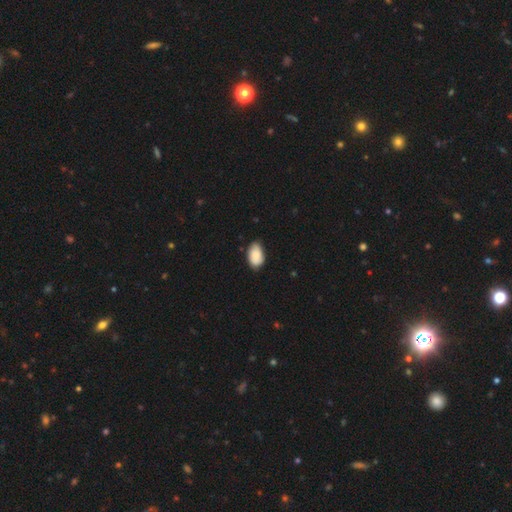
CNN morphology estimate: Smooth or featured?
  - smooth: 86% *
  - featured or disk: 7%
  - star or artifact: 6%
How rounded?
  - in between: 93% *
  - round: 5%
  - cigar-shaped: 1%
Merging?
  - none: 74% *
  - minor disturbance: 23%
  - major disturbance: 2%
  - merger: 1%